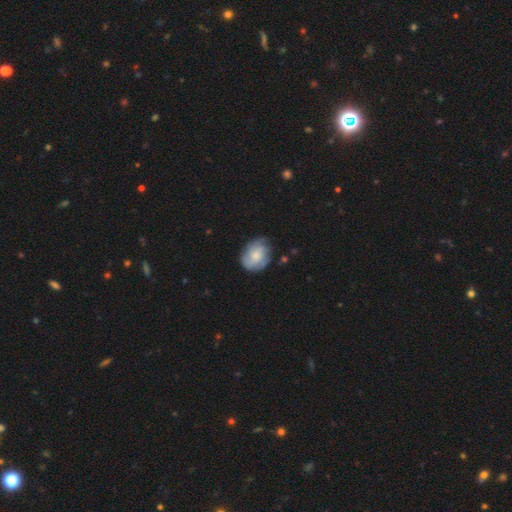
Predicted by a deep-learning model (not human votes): The model was most divided on "smooth or featured": smooth: 50%, featured or disk: 43%, star or artifact: 7%. More confident: merging — none (68%).